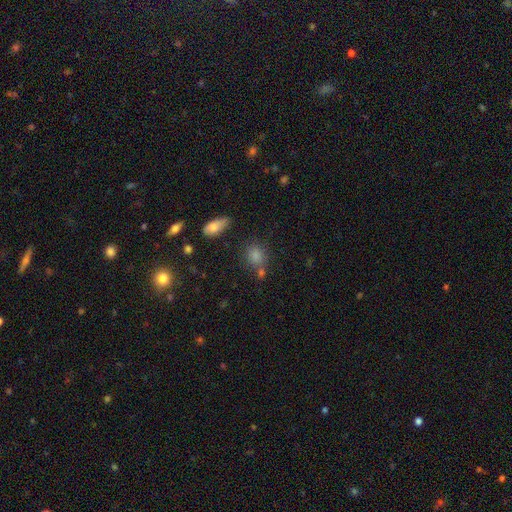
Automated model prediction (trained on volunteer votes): Smooth or featured? Predicted: smooth (p=0.82). How rounded? Predicted: round (p=0.51). Merging? Predicted: none (p=0.64).